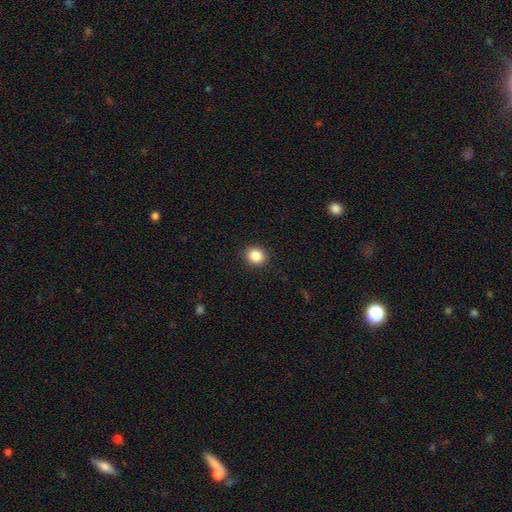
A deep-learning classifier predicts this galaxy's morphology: Smooth or featured?
  - smooth: 86% *
  - star or artifact: 10%
  - featured or disk: 4%
How rounded?
  - round: 76% *
  - in between: 23%
  - cigar-shaped: 1%
Merging?
  - none: 91% *
  - minor disturbance: 6%
  - major disturbance: 2%
  - merger: 1%